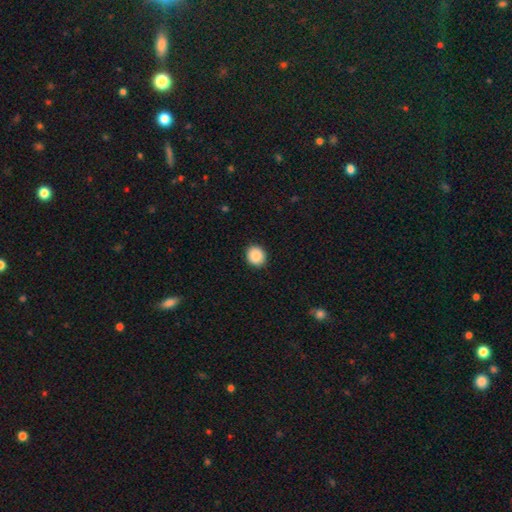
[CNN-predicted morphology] A smooth galaxy with no disk features (88%) that is round (81%). Merging: none (91%).